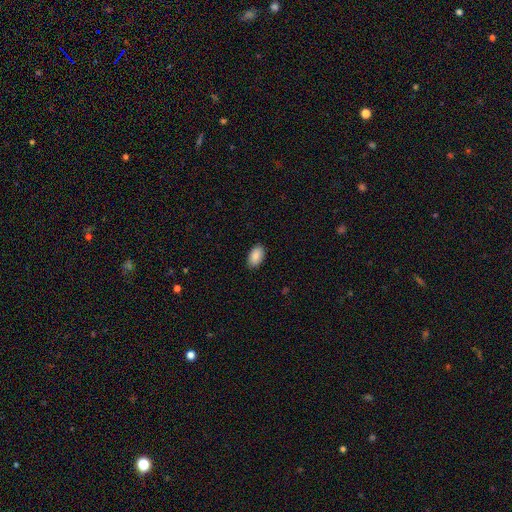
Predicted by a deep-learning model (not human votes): Q: Smooth or featured?
A: smooth (89%); runner-up: star or artifact (6%)
Q: How rounded?
A: in between (94%); runner-up: round (5%)
Q: Merging?
A: none (89%); runner-up: minor disturbance (9%)